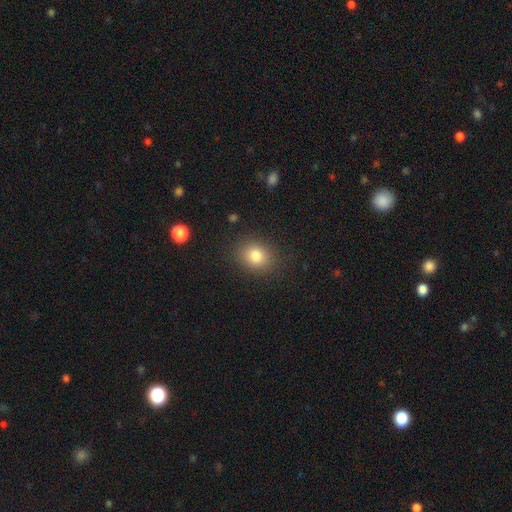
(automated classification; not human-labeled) Smooth or featured? Predicted: smooth (p=0.81). How rounded? Predicted: round (p=0.59). Merging? Predicted: none (p=0.86).